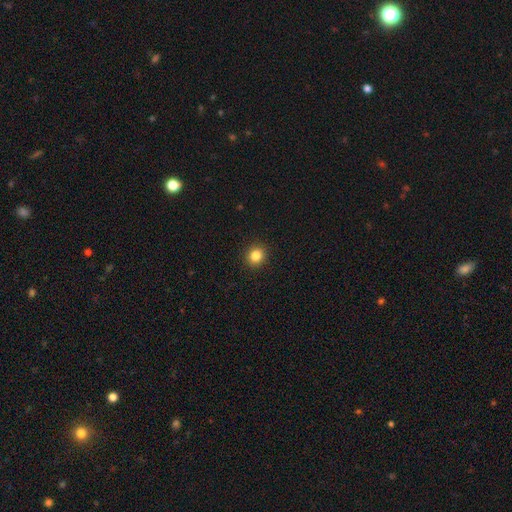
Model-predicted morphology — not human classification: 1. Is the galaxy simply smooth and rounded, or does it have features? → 83% smooth, 12% star or artifact, 5% featured or disk.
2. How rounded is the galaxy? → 87% round, 12% in between, 1% cigar-shaped.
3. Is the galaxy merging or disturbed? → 93% none, 5% minor disturbance, 2% major disturbance, 1% merger.